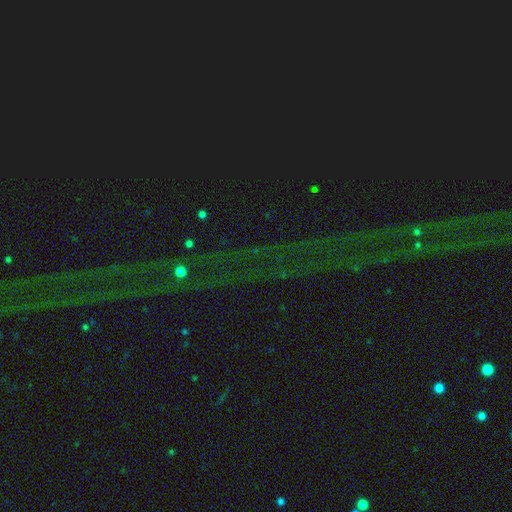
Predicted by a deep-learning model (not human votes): A star or artifact, not a galaxy (83%).

Vote fractions:
- Smooth or featured? star or artifact: 83% / smooth: 9% / featured or disk: 8%